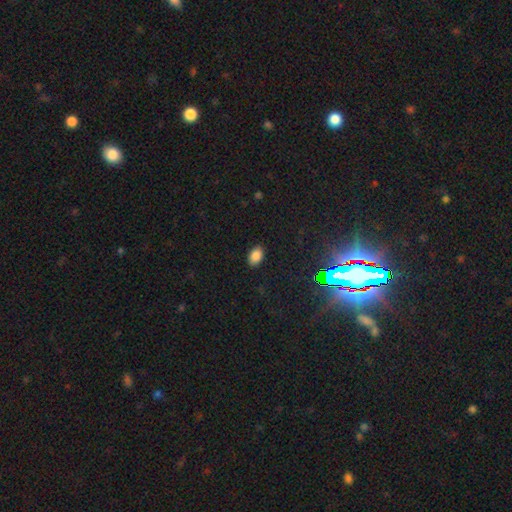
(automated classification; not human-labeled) The model was most divided on "smooth or featured": smooth: 84%, star or artifact: 11%, featured or disk: 4%. More confident: how rounded — in between (88%); merging — none (88%).